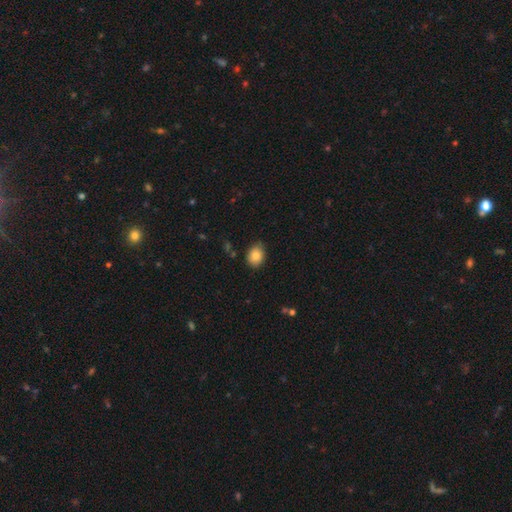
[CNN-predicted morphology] A smooth galaxy with no disk features (84%) that is in between round and cigar-shaped (57%).

Vote fractions:
- Smooth or featured? smooth: 84% / star or artifact: 9% / featured or disk: 7%
- How rounded? in between: 57% / round: 42% / cigar-shaped: 1%
- Merging? none: 79% / minor disturbance: 16% / major disturbance: 3% / merger: 2%